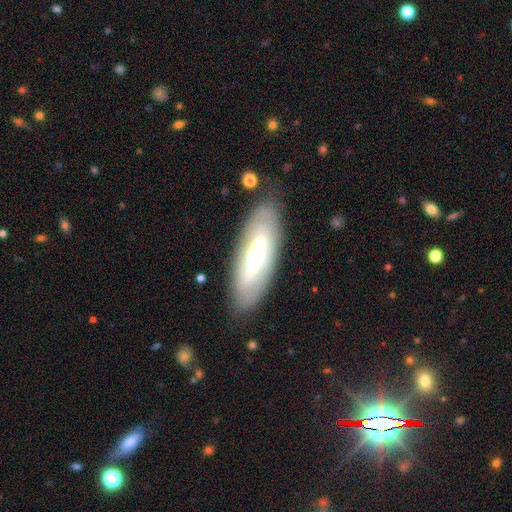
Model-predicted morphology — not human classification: Overall: featured or disk (62%; smooth 32%). Edge-on disk: no (79%). Merging: none (77%).